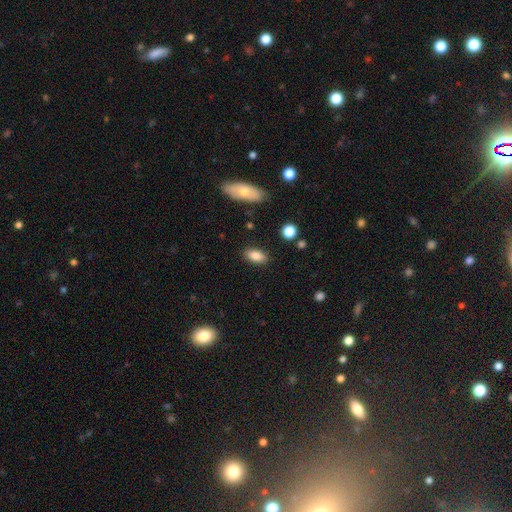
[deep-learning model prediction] A smooth galaxy with no disk features (85%) that is in between round and cigar-shaped (89%). Merging: none (86%).